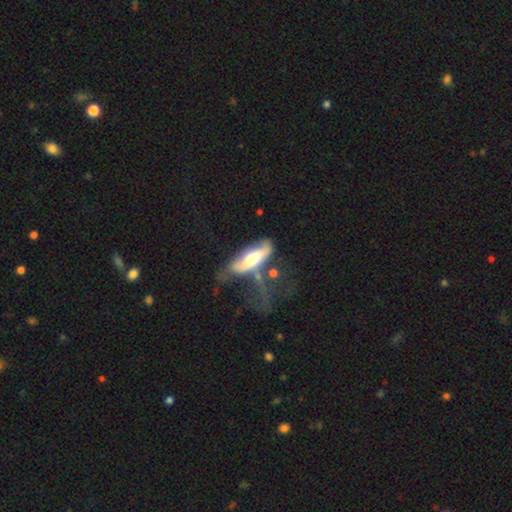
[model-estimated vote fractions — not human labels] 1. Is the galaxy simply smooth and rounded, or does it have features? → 50% smooth, 43% featured or disk, 7% star or artifact.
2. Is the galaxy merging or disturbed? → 43% major disturbance, 21% minor disturbance, 19% none, 17% merger.